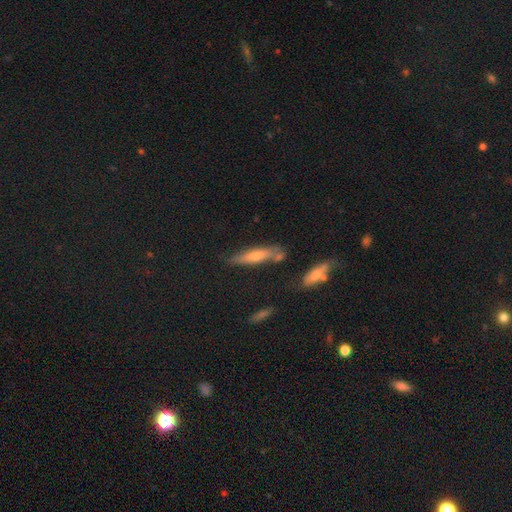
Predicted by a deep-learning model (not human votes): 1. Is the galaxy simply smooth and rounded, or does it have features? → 50% smooth, 40% featured or disk, 10% star or artifact.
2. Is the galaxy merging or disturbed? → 68% none, 18% minor disturbance, 10% merger, 4% major disturbance.